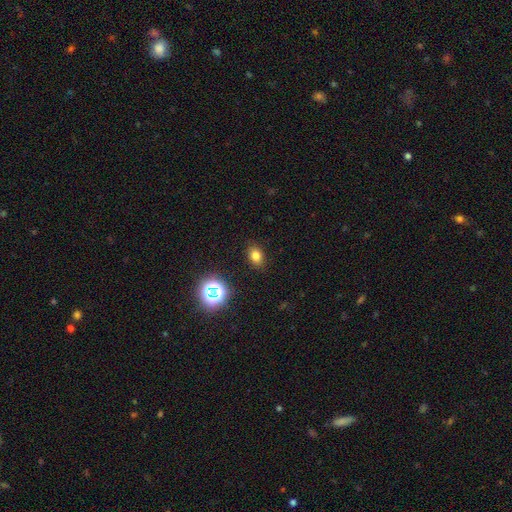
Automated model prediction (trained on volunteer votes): Smooth or featured?
  - smooth: 76% *
  - star or artifact: 17%
  - featured or disk: 7%
How rounded?
  - in between: 71% *
  - round: 28%
  - cigar-shaped: 1%
Merging?
  - none: 87% *
  - minor disturbance: 9%
  - major disturbance: 3%
  - merger: 1%